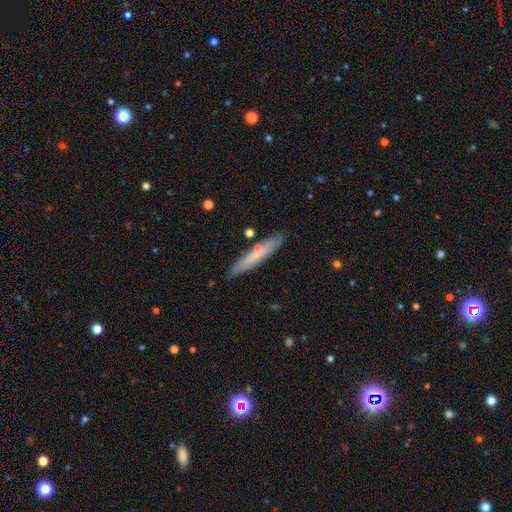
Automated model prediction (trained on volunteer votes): This appears to be a smooth galaxy with no disk features (64%) that is cigar-shaped (92%). Merging: none (84%).